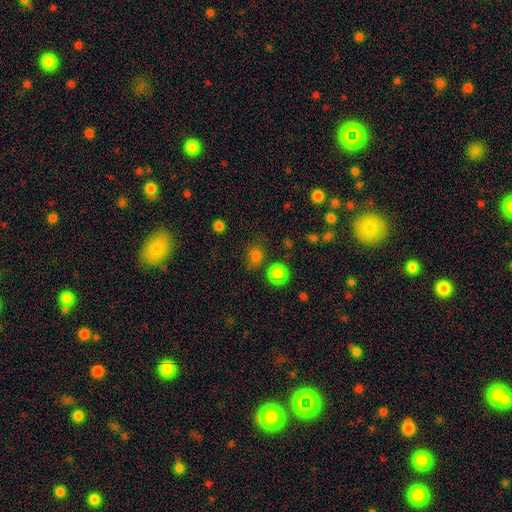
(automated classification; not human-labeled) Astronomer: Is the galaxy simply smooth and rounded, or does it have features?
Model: smooth — 79%.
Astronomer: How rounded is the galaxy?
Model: round — 72%.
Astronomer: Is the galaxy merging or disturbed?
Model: none — 70%.